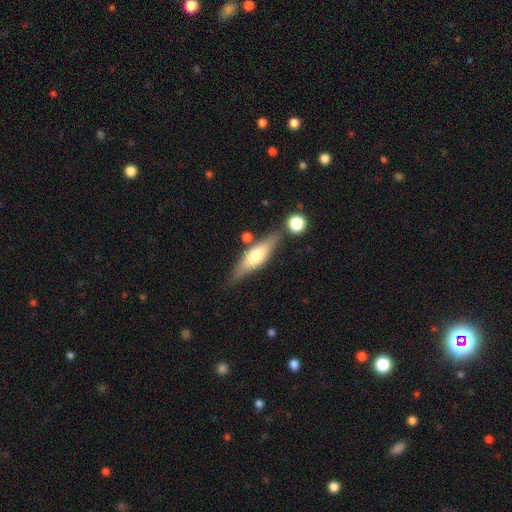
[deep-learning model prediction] A featured or disk galaxy (51%) viewed edge-on (88%).

Vote fractions:
- Smooth or featured? featured or disk: 51% / smooth: 43% / star or artifact: 6%
- Edge-on disk? yes: 88% / no: 12%
- Merging? none: 75% / minor disturbance: 14% / merger: 8% / major disturbance: 4%